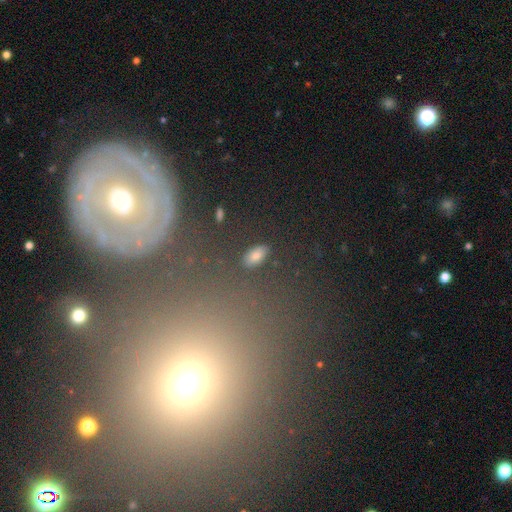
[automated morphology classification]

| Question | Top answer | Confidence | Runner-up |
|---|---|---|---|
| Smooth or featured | smooth | 76% | star or artifact (16%) |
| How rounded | in between | 89% | cigar-shaped (6%) |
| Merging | none | 88% | minor disturbance (8%) |